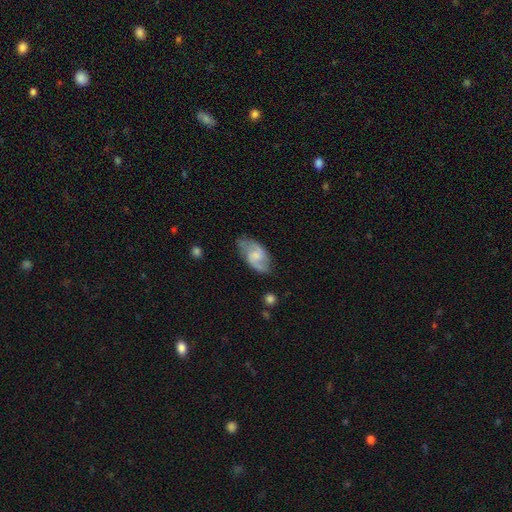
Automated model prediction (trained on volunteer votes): A featured or disk galaxy (72%) with a weak bar (49%), 2 (88%) medium (50%) spiral arms (93%) and a small central bulge (43%). Merging: none (72%).